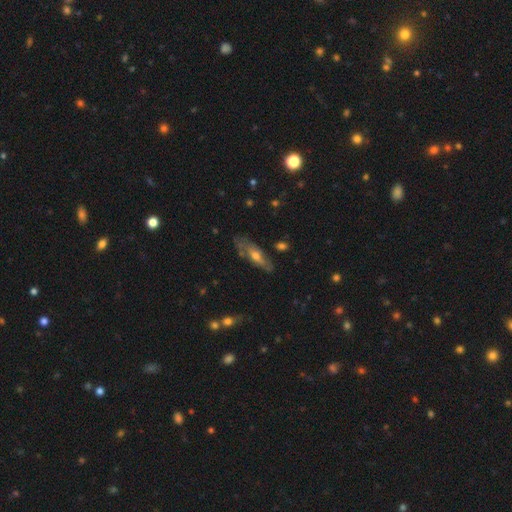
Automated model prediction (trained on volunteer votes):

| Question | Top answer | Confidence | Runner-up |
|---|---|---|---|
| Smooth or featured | featured or disk | 53% | smooth (40%) |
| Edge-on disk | no | 60% | yes (40%) |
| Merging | none | 68% | minor disturbance (21%) |